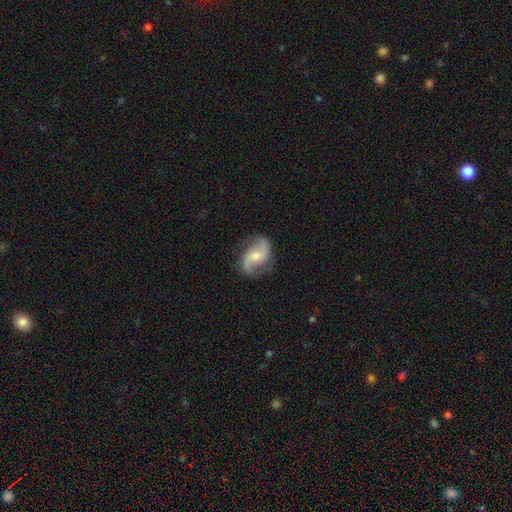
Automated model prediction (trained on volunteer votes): featured or disk 84%, smooth 11%, star or artifact 5%. Down the decision tree: edge-on disk — no (98%); bar — no (45%); spiral arms — yes (96%); spiral arm count — 2 (93%); spiral winding — loose (55%); bulge size — moderate (57%); merging — none (79%).